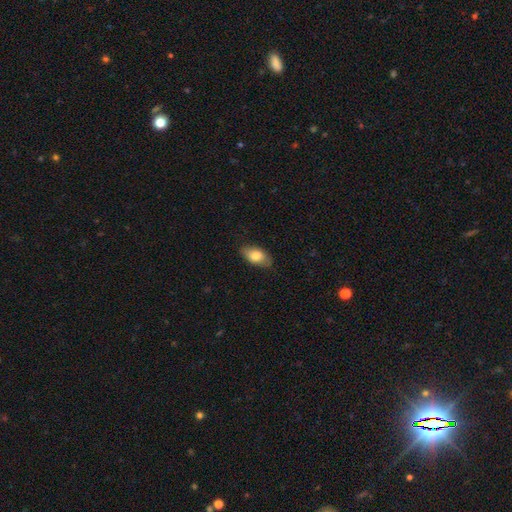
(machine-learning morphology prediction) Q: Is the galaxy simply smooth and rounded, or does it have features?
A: smooth — 80%.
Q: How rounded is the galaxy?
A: in between — 91%.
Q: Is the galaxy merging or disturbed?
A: none — 81%.